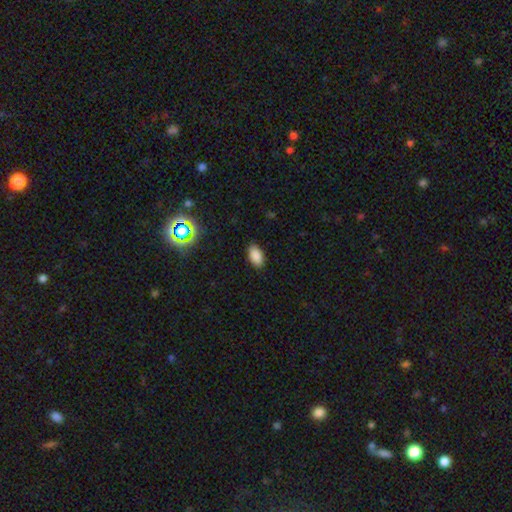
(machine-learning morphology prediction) Smooth or featured: smooth — 86% (star or artifact — 10%)
How rounded: in between — 94% (round — 4%)
Merging: none — 87% (minor disturbance — 10%)